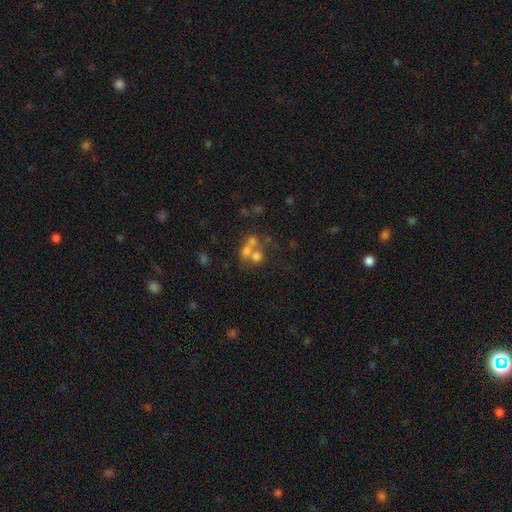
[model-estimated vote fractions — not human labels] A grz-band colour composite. It shows a smooth galaxy with no disk features (41%). Merging: merger (47%).